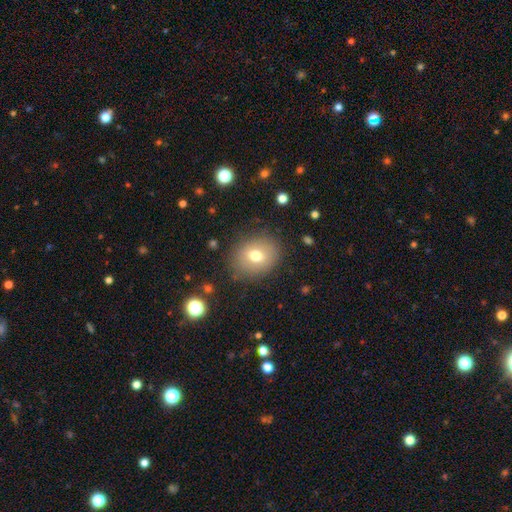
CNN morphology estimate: smooth-or-featured: smooth: 70% | featured or disk: 19% | star or artifact: 11%
  how-rounded: round: 54% | in between: 45% | cigar-shaped: 1%
  merging: none: 81% | minor disturbance: 13% | major disturbance: 5% | merger: 2%